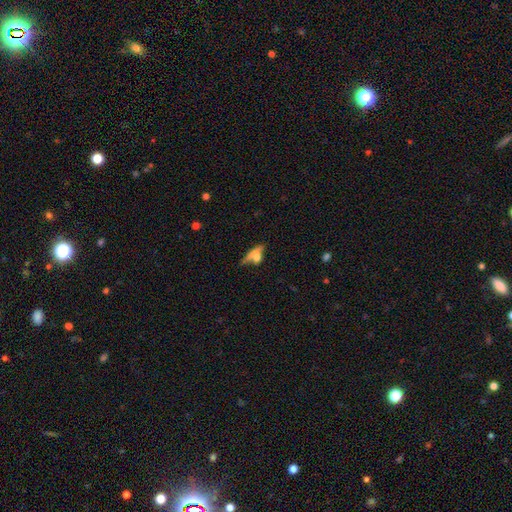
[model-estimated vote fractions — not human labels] smooth-or-featured: smooth: 53% | featured or disk: 35% | star or artifact: 12%
  how-rounded: cigar-shaped: 46% | in between: 40% | round: 14%
  merging: none: 37% | merger: 33% | minor disturbance: 15% | major disturbance: 15%